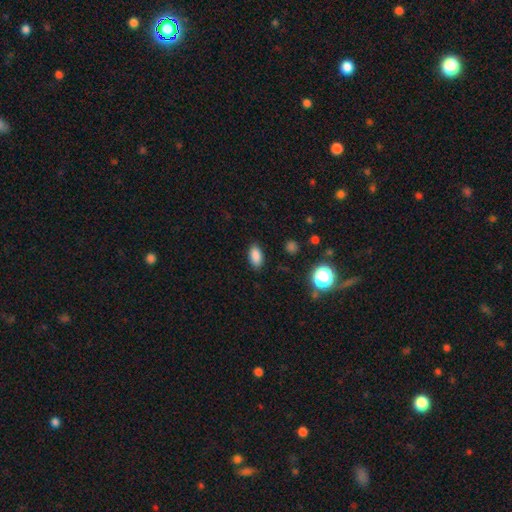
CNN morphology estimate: A smooth galaxy with no disk features (86%) that is in between round and cigar-shaped (90%).

Vote fractions:
- Smooth or featured? smooth: 86% / star or artifact: 10% / featured or disk: 4%
- How rounded? in between: 90% / round: 6% / cigar-shaped: 5%
- Merging? none: 86% / minor disturbance: 10% / major disturbance: 3% / merger: 1%